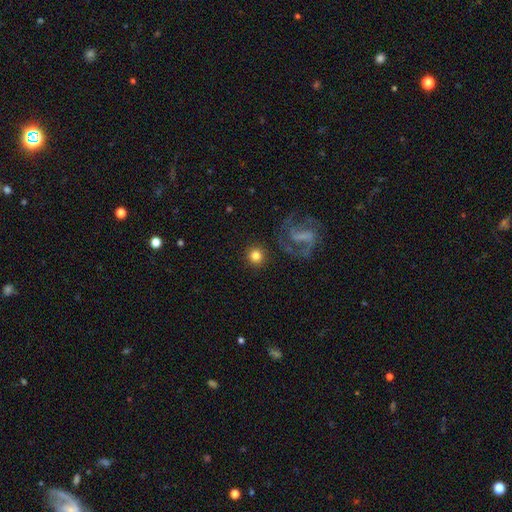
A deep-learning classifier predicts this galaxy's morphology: The model was most divided on "smooth or featured": smooth: 75%, featured or disk: 14%, star or artifact: 10%. More confident: how rounded — round (94%); merging — none (86%).